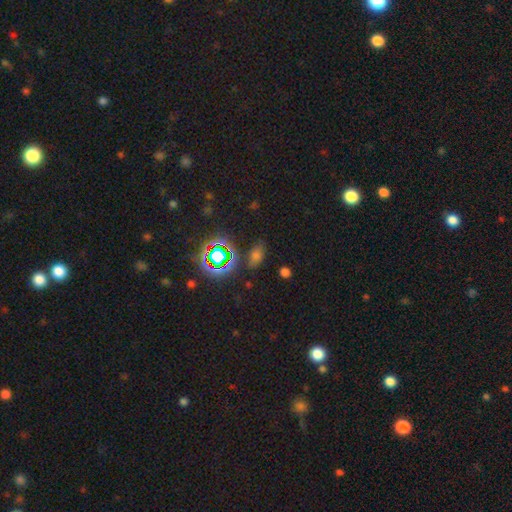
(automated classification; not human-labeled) Smooth or featured? smooth (54%)
How rounded? in between (79%)
Merging? none (77%)